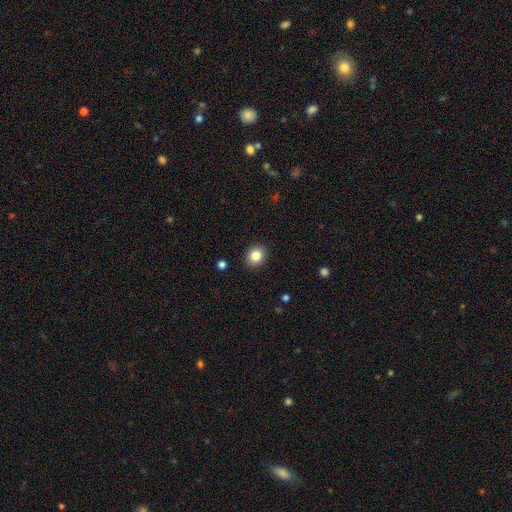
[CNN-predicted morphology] The model was most divided on "how rounded": round: 76%, in between: 23%, cigar-shaped: 1%. More confident: merging — none (91%); smooth or featured — smooth (84%).